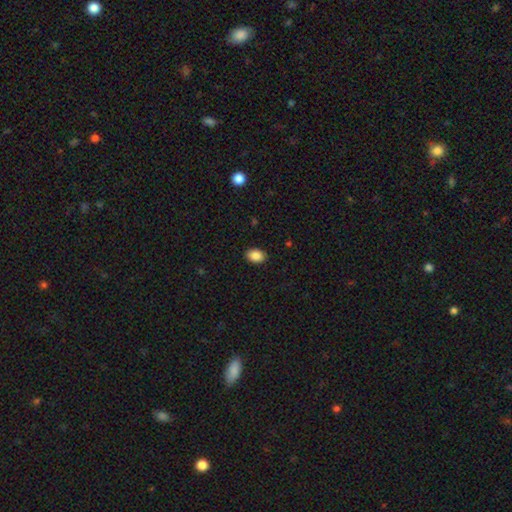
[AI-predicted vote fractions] The model was most divided on "how rounded": in between: 79%, round: 20%, cigar-shaped: 1%. More confident: merging — none (89%); smooth or featured — smooth (88%).